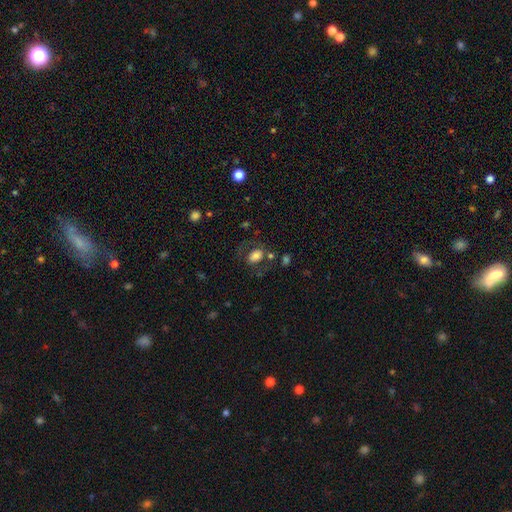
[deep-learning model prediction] A smooth galaxy with no disk features (70%) that is in between round and cigar-shaped (75%). Merging: none (63%).